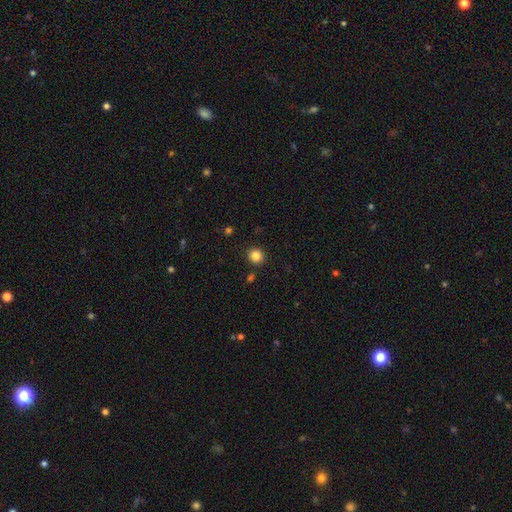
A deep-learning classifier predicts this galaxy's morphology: A smooth galaxy with no disk features (84%) that is round (89%). Merging: none (90%).